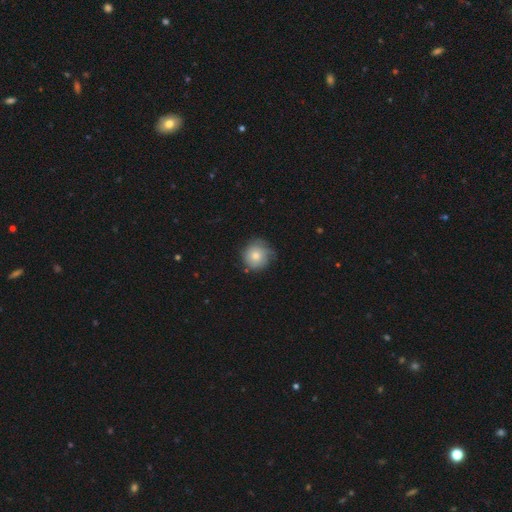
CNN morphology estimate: smooth 71%, featured or disk 21%, star or artifact 8%. Down the decision tree: how rounded — round (92%); merging — none (65%).